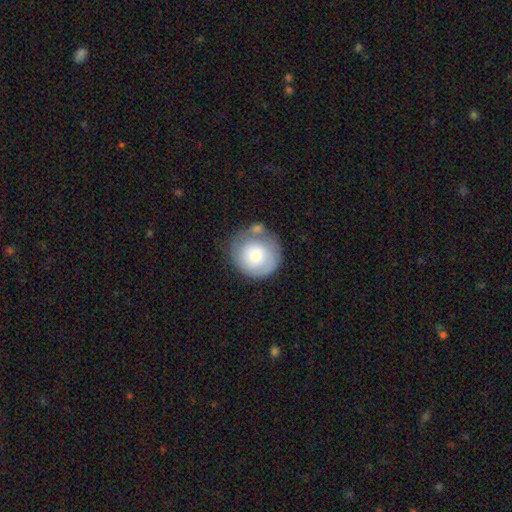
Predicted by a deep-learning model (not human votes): The model was most divided on "merging": none: 53%, minor disturbance: 22%, merger: 16%, major disturbance: 9%. More confident: how rounded — round (89%); smooth or featured — smooth (69%).